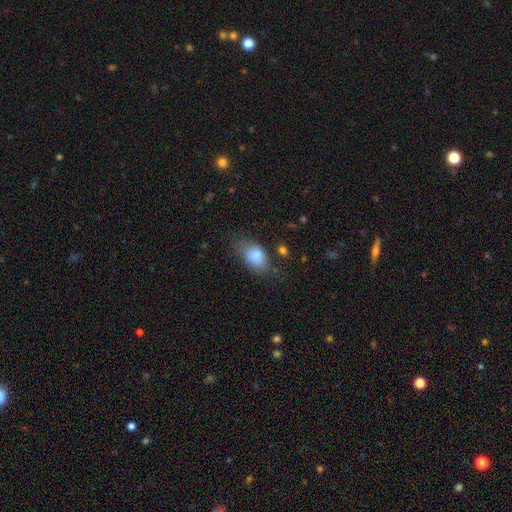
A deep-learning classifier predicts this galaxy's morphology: smooth_or_featured: smooth (p=0.82) [alt: featured or disk p=0.10]
how_rounded: in between (p=0.87) [alt: round p=0.11]
merging: none (p=0.57) [alt: minor disturbance p=0.28]